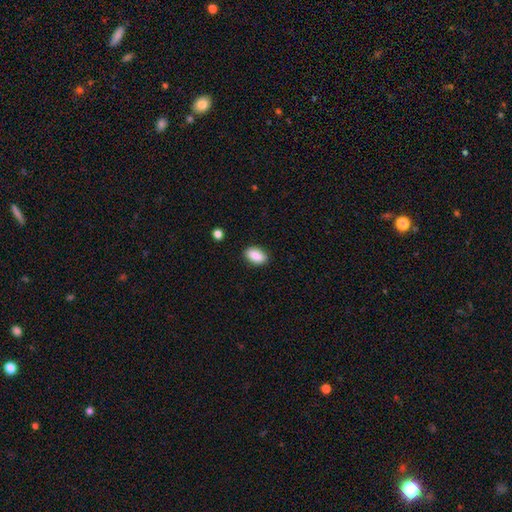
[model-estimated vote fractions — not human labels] The model was most divided on "smooth or featured": smooth: 86%, star or artifact: 7%, featured or disk: 7%. More confident: how rounded — in between (90%); merging — none (88%).